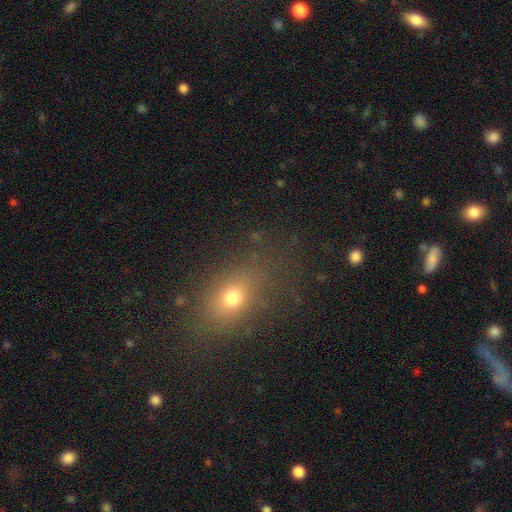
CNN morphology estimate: smooth_or_featured: smooth (p=0.63) [alt: star or artifact p=0.26]
how_rounded: in between (p=0.63) [alt: round p=0.33]
merging: none (p=0.81) [alt: minor disturbance p=0.12]